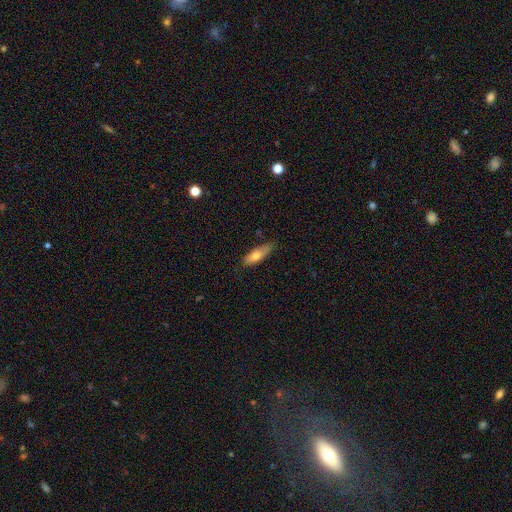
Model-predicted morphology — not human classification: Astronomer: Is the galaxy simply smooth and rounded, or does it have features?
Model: smooth — 72%.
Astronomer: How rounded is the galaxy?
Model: in between — 51% (runner-up: cigar-shaped, 47%).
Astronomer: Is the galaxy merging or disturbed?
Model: none — 75%.